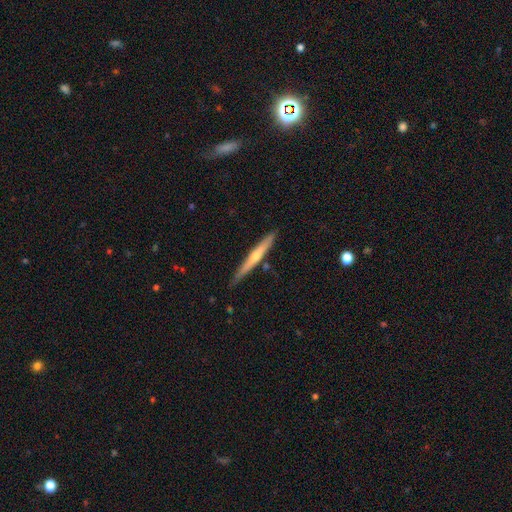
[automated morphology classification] A featured or disk galaxy (63%) viewed edge-on (97%) with a rounded central bulge (73%).

Vote fractions:
- Smooth or featured? featured or disk: 63% / smooth: 31% / star or artifact: 6%
- Edge-on disk? yes: 97% / no: 3%
- Edge-on bulge? rounded: 73% / none: 24% / boxy: 3%
- Merging? none: 87% / minor disturbance: 9% / merger: 2% / major disturbance: 2%